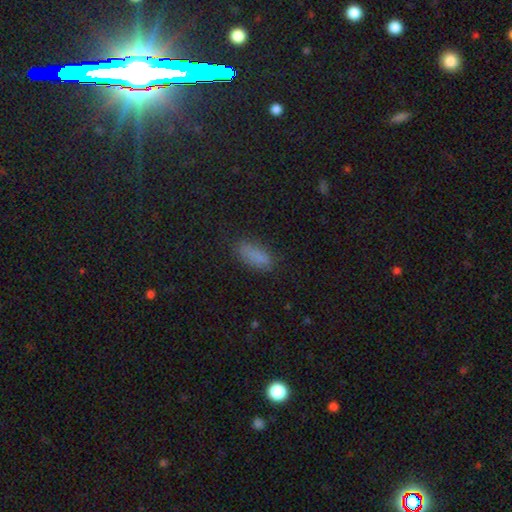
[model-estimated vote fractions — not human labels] Smooth or featured? smooth (83%)
How rounded? in between (78%)
Merging? none (75%)